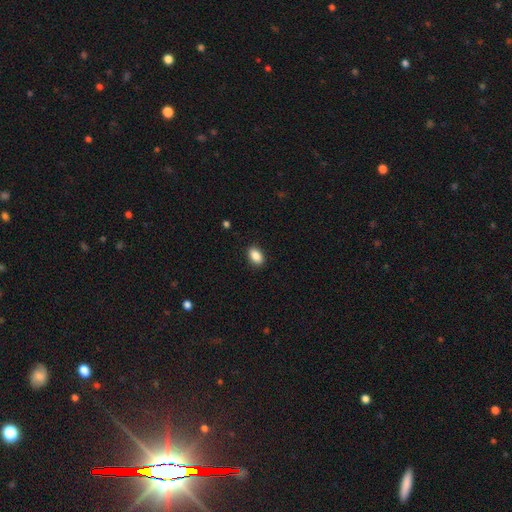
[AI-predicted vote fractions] Smooth or featured?
  - smooth: 88% *
  - star or artifact: 8%
  - featured or disk: 4%
How rounded?
  - in between: 90% *
  - round: 8%
  - cigar-shaped: 2%
Merging?
  - none: 89% *
  - minor disturbance: 8%
  - major disturbance: 2%
  - merger: 1%